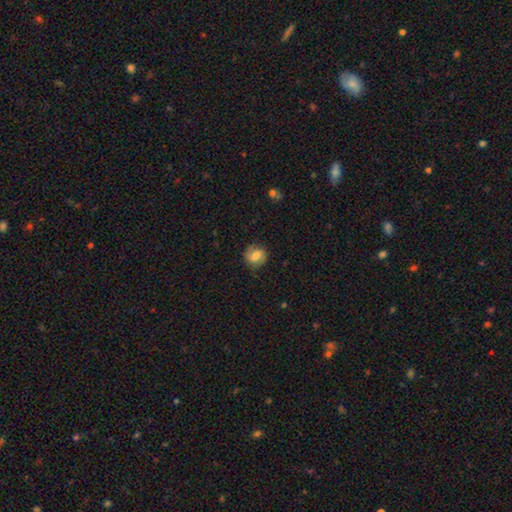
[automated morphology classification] A featured or disk galaxy (47%).

Vote fractions:
- Smooth or featured? featured or disk: 47% / smooth: 45% / star or artifact: 9%
- Merging? none: 75% / minor disturbance: 18% / major disturbance: 6% / merger: 1%